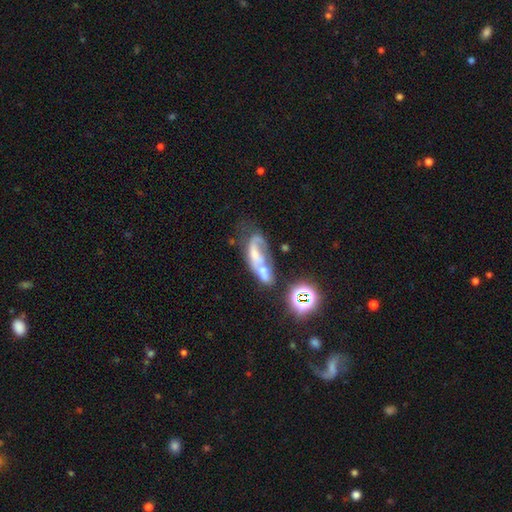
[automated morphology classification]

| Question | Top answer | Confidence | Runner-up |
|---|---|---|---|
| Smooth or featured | featured or disk | 55% | smooth (27%) |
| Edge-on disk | no | 89% | yes (11%) |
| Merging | merger | 41% | major disturbance (23%) |